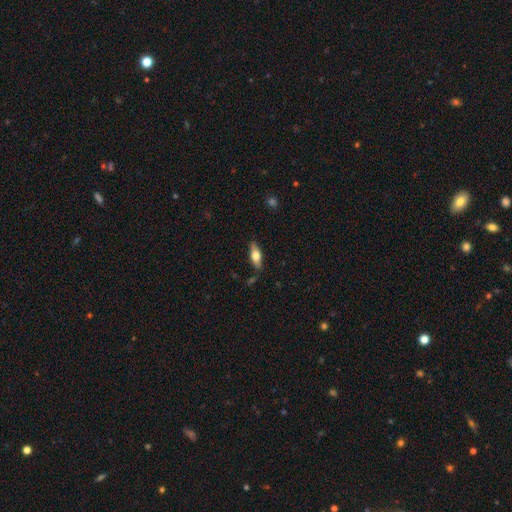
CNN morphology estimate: Overall: smooth (59%; featured or disk 34%). How rounded: in between (69%). Merging: none (84%).